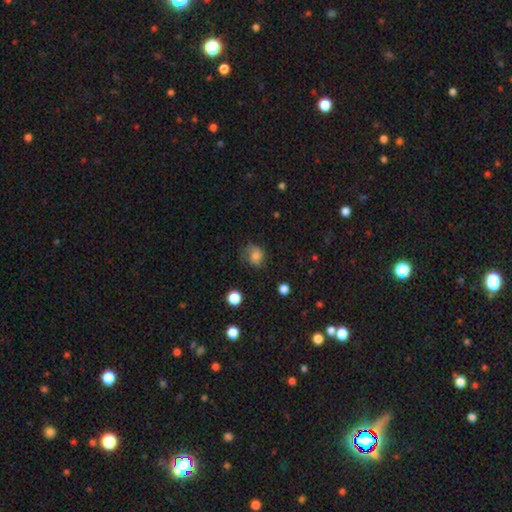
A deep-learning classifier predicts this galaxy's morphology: A smooth galaxy with no disk features (76%) that is round (67%). Merging: none (55%).